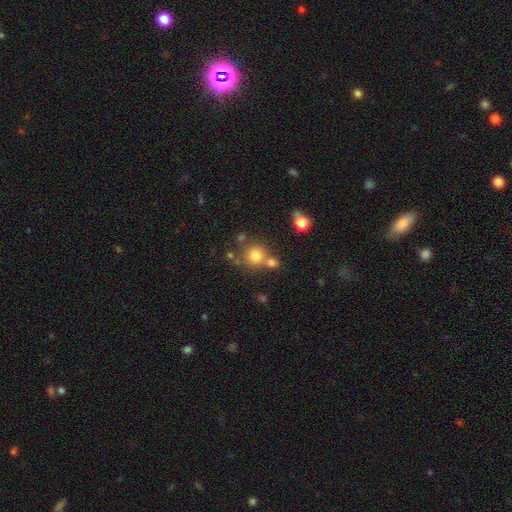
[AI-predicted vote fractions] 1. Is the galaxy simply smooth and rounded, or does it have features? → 76% smooth, 14% star or artifact, 10% featured or disk.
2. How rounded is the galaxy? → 90% round, 9% in between, 1% cigar-shaped.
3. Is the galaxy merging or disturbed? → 60% none, 26% merger, 9% minor disturbance, 4% major disturbance.